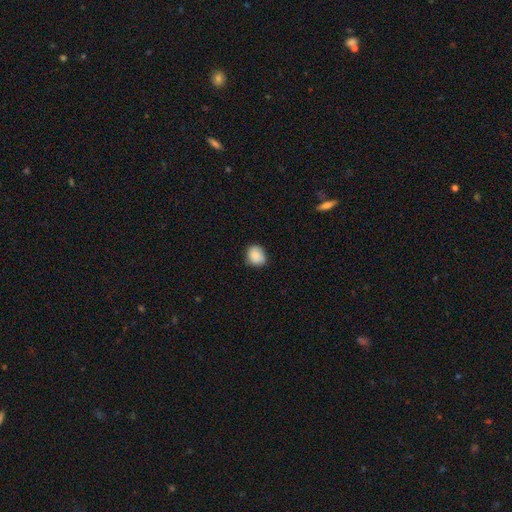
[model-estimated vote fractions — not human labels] Overall: smooth (87%). How rounded: round (63%; in between 36%). Merging: none (78%).